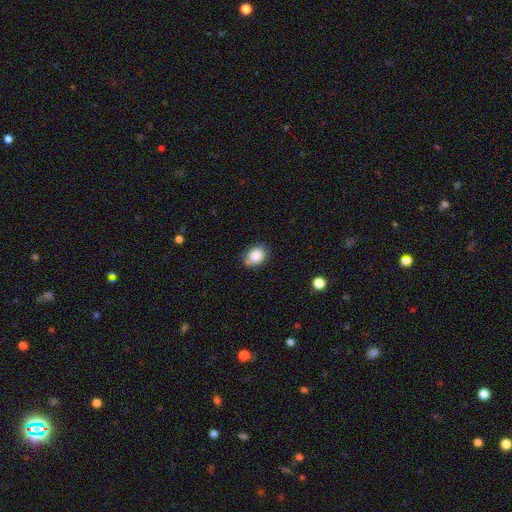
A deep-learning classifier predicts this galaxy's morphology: Overall: smooth (87%). How rounded: in between (59%; round 40%). Merging: none (72%).